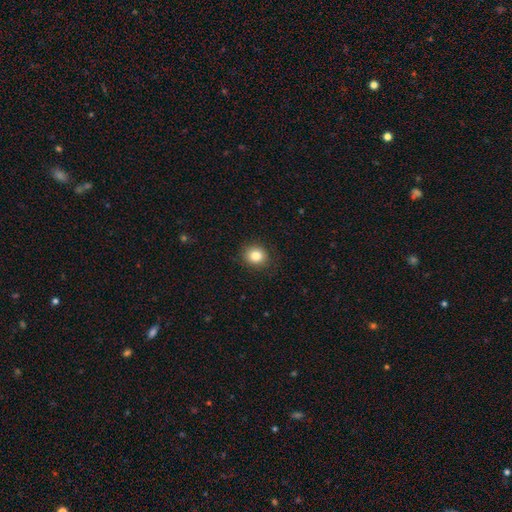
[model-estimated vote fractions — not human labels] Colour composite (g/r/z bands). It shows a smooth galaxy with no disk features (84%) that is round (75%). Merging: none (88%).